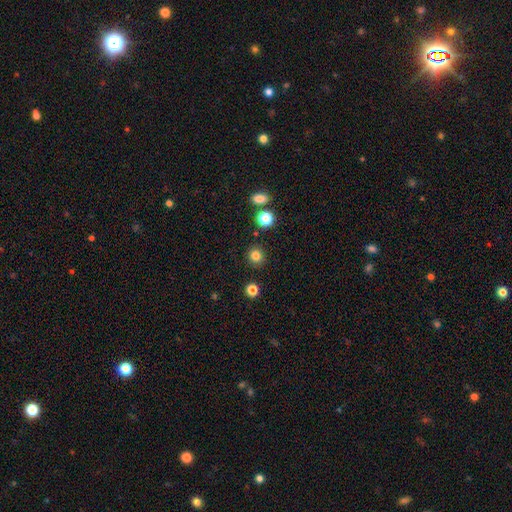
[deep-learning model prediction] Morphology: type=smooth (83%); roundness=round (89%); merging=none (90%).